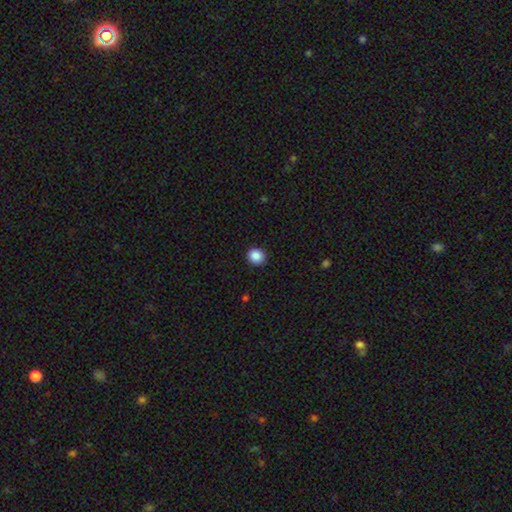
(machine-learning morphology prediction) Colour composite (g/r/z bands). It shows a smooth galaxy with no disk features (88%) that is round (85%). Merging: none (92%).